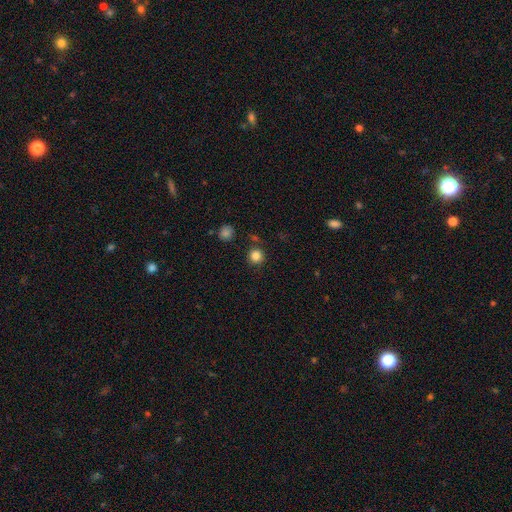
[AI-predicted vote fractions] The model was most divided on "smooth or featured": smooth: 84%, star or artifact: 12%, featured or disk: 4%. More confident: how rounded — round (94%); merging — none (86%).